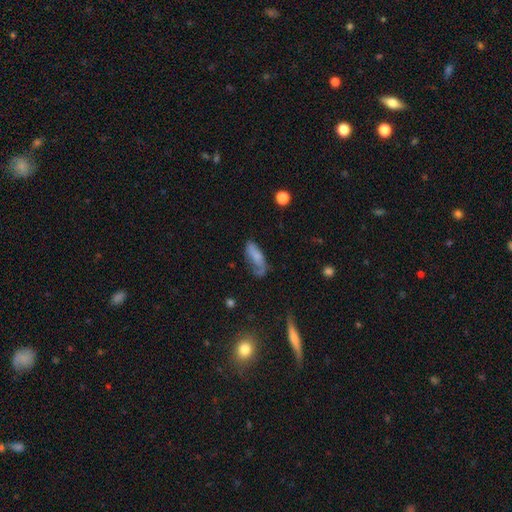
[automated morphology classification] smooth_or_featured: smooth (p=0.65) [alt: featured or disk p=0.26]
how_rounded: in between (p=0.71) [alt: cigar-shaped p=0.26]
merging: none (p=0.40) [alt: minor disturbance p=0.31]